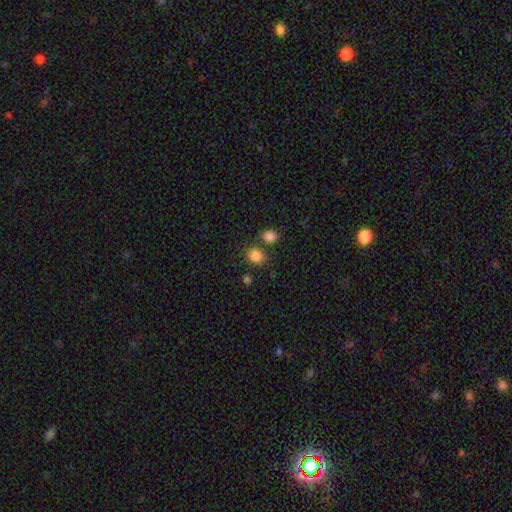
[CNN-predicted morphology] Smooth or featured?
  - smooth: 85% *
  - star or artifact: 10%
  - featured or disk: 4%
How rounded?
  - round: 61% *
  - in between: 39%
  - cigar-shaped: 1%
Merging?
  - none: 71% *
  - merger: 15%
  - minor disturbance: 10%
  - major disturbance: 4%